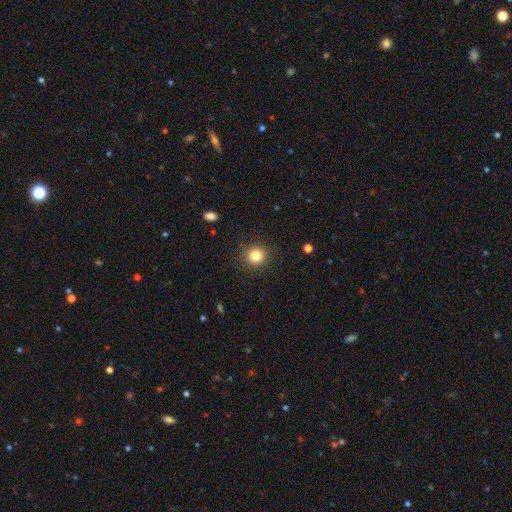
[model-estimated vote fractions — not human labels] The model was most divided on "smooth or featured": smooth: 83%, star or artifact: 11%, featured or disk: 6%. More confident: how rounded — round (93%); merging — none (90%).